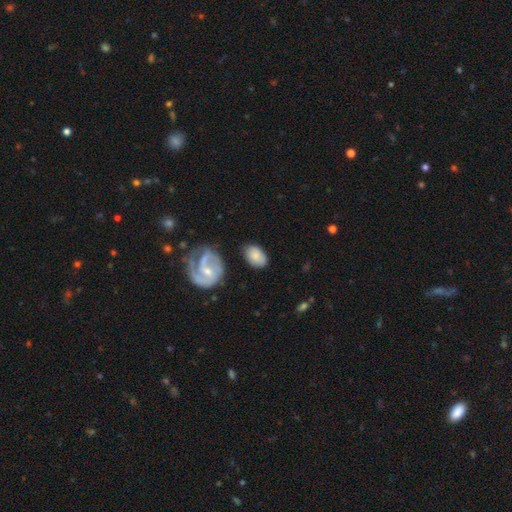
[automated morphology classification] smooth 73%, featured or disk 20%, star or artifact 7%. Down the decision tree: how rounded — in between (84%); merging — none (72%).